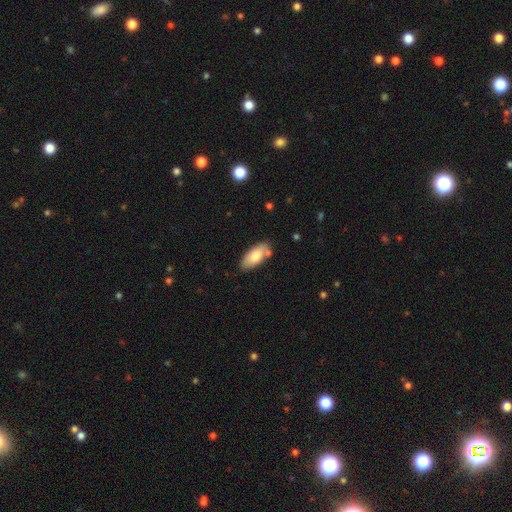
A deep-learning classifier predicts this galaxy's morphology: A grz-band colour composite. It shows a smooth galaxy with no disk features (79%) that is in between round and cigar-shaped (88%). Merging: none (73%).